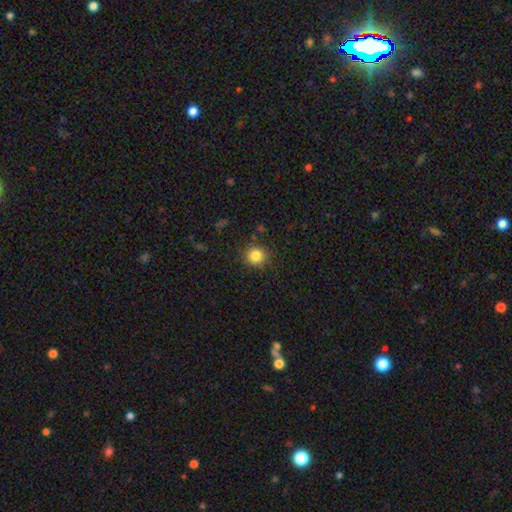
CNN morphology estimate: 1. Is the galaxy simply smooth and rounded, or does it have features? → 84% smooth, 11% star or artifact, 5% featured or disk.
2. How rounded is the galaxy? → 92% round, 7% in between, 1% cigar-shaped.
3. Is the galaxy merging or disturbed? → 88% none, 8% minor disturbance, 3% major disturbance, 1% merger.